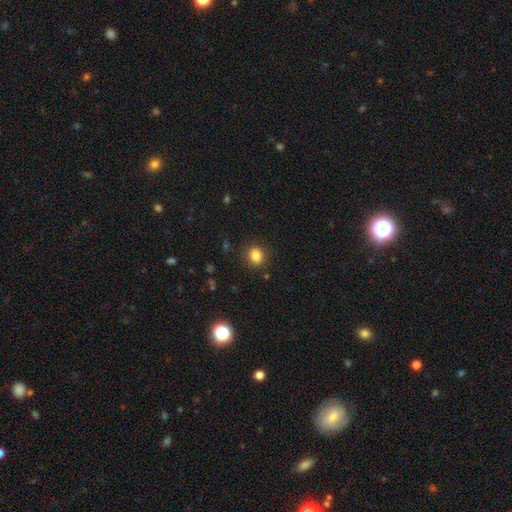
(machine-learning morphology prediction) Q: Smooth or featured?
A: smooth (83%); runner-up: star or artifact (11%)
Q: How rounded?
A: round (76%); runner-up: in between (24%)
Q: Merging?
A: none (88%); runner-up: minor disturbance (8%)